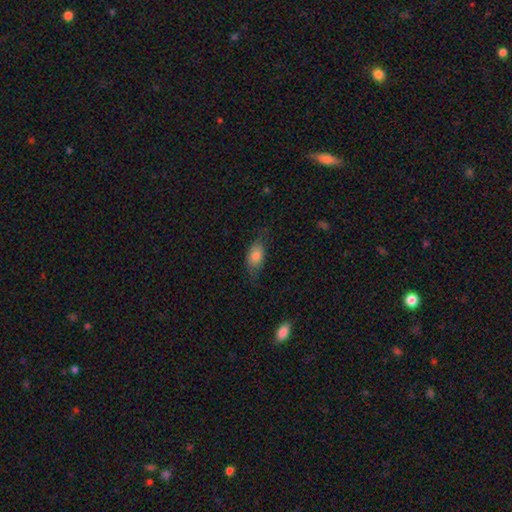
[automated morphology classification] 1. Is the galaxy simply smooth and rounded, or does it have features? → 79% smooth, 14% featured or disk, 8% star or artifact.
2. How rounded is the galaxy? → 87% in between, 8% cigar-shaped, 6% round.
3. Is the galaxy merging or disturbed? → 64% none, 25% minor disturbance, 9% major disturbance, 1% merger.